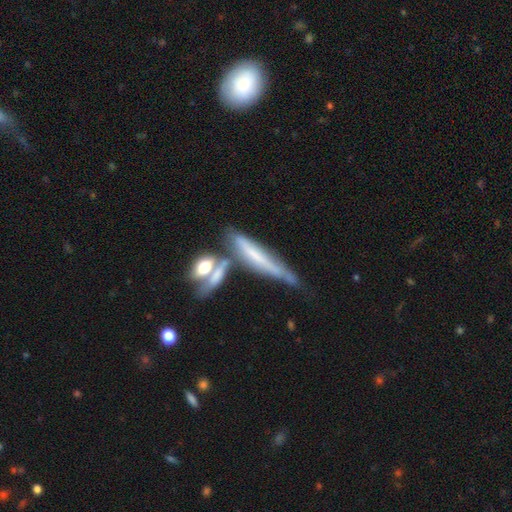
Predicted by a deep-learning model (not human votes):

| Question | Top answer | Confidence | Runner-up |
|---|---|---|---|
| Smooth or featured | featured or disk | 51% | smooth (39%) |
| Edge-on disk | yes | 79% | no (21%) |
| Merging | none | 46% | merger (24%) |